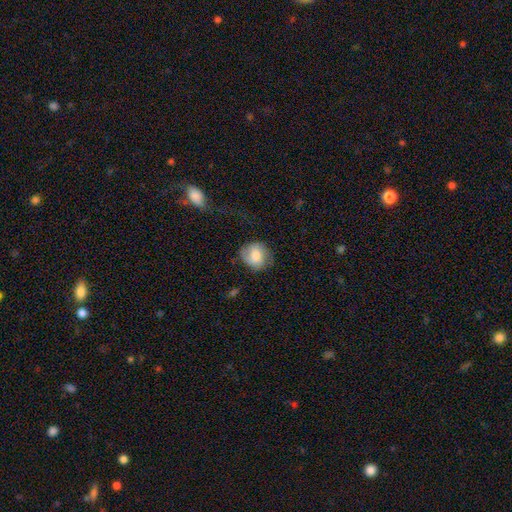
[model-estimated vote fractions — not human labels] A smooth galaxy with no disk features (63%) that is round (75%). Merging: none (66%).